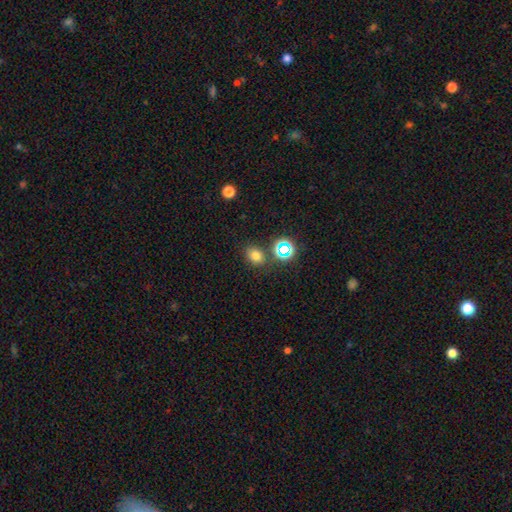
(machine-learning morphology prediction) Smooth or featured: smooth — 71% (star or artifact — 21%)
How rounded: in between — 54% (round — 45%)
Merging: none — 79% (minor disturbance — 10%)